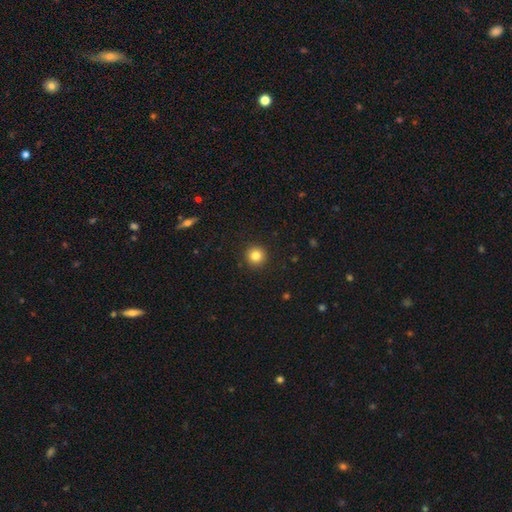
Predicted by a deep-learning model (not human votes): Smooth or featured? smooth (83%)
How rounded? round (95%)
Merging? none (93%)